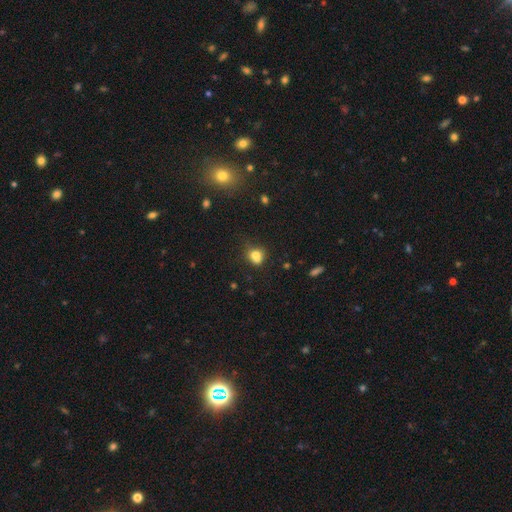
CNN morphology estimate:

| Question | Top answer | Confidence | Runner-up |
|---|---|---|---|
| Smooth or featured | smooth | 76% | star or artifact (13%) |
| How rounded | round | 71% | in between (28%) |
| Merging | none | 44% | merger (30%) |